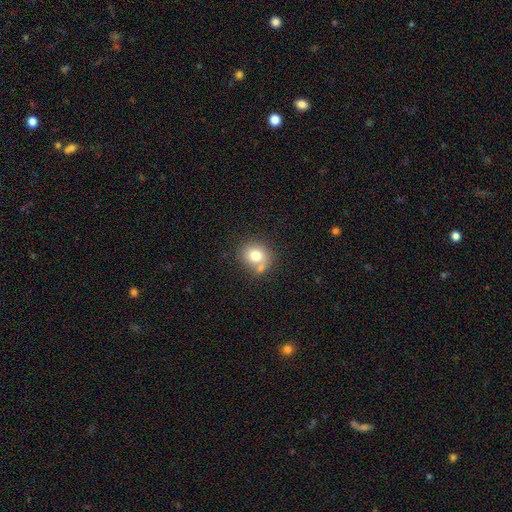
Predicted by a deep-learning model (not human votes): Smooth or featured?
  - smooth: 76% *
  - featured or disk: 14%
  - star or artifact: 10%
How rounded?
  - round: 74% *
  - in between: 25%
  - cigar-shaped: 1%
Merging?
  - none: 58% *
  - merger: 24%
  - minor disturbance: 14%
  - major disturbance: 4%